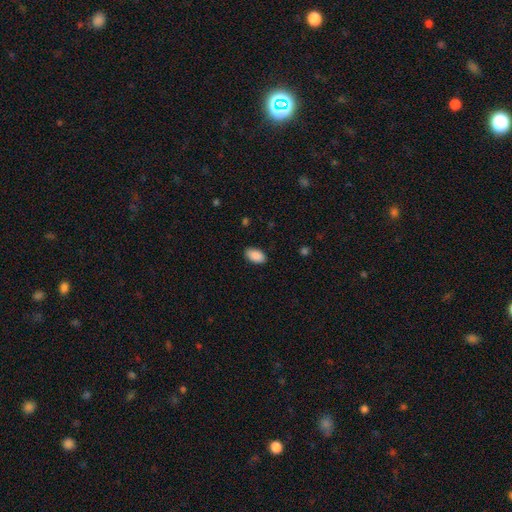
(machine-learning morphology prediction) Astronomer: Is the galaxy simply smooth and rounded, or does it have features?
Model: smooth — 90%.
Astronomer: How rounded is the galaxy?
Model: in between — 94%.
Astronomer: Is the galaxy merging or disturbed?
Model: none — 87%.